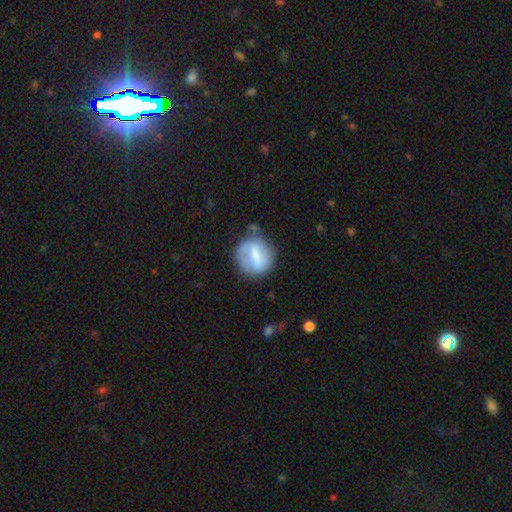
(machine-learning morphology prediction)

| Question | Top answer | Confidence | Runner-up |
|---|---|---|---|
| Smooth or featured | smooth | 55% | featured or disk (38%) |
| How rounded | round | 80% | in between (19%) |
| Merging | none | 62% | minor disturbance (23%) |